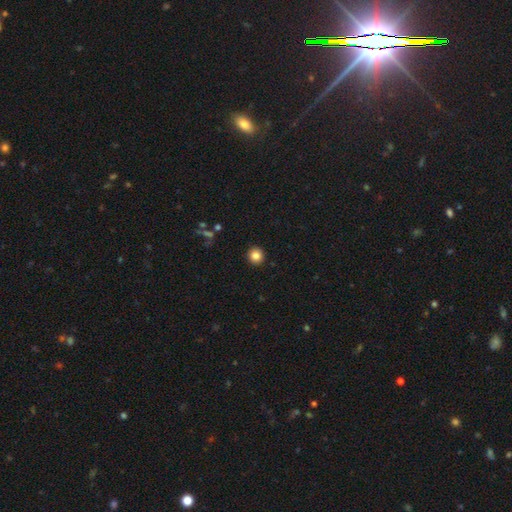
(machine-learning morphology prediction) Overall: smooth (84%). How rounded: round (92%). Merging: none (93%).